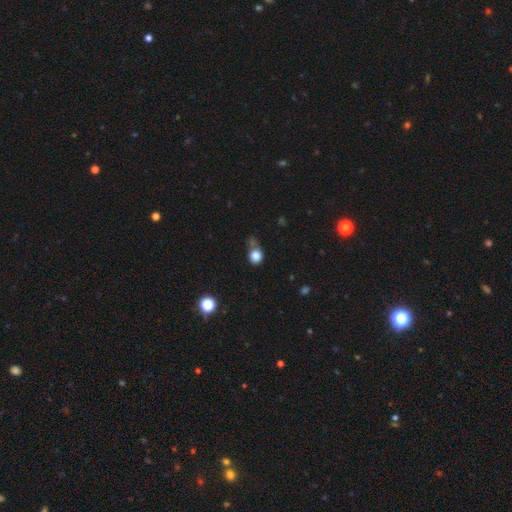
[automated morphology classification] Q: Smooth or featured?
A: smooth (81%); runner-up: star or artifact (12%)
Q: How rounded?
A: round (76%); runner-up: in between (22%)
Q: Merging?
A: none (49%); runner-up: minor disturbance (23%)